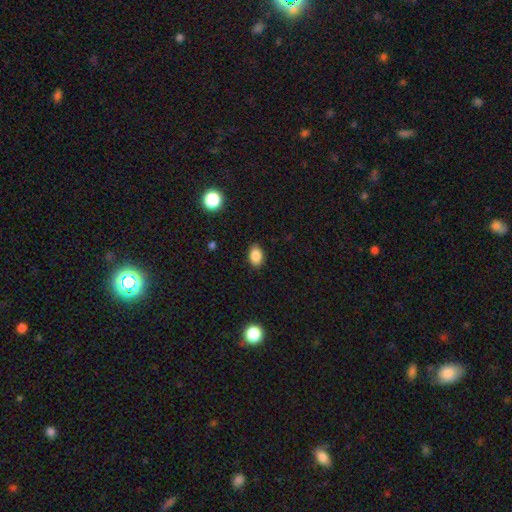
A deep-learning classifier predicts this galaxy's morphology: The model was most divided on "how rounded": in between: 86%, round: 13%, cigar-shaped: 1%. More confident: merging — none (88%); smooth or featured — smooth (86%).